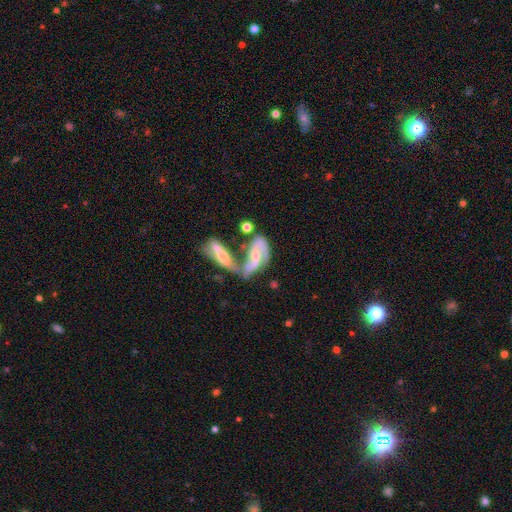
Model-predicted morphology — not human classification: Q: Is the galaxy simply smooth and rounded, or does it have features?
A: featured or disk — 76%.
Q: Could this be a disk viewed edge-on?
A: no — 91%.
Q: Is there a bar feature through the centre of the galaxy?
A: no — 43%.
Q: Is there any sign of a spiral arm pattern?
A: yes — 87%.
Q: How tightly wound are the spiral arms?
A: loose — 60%.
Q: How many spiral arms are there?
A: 2 — 78%.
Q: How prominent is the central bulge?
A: small — 48%.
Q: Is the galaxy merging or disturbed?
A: merger — 67%.